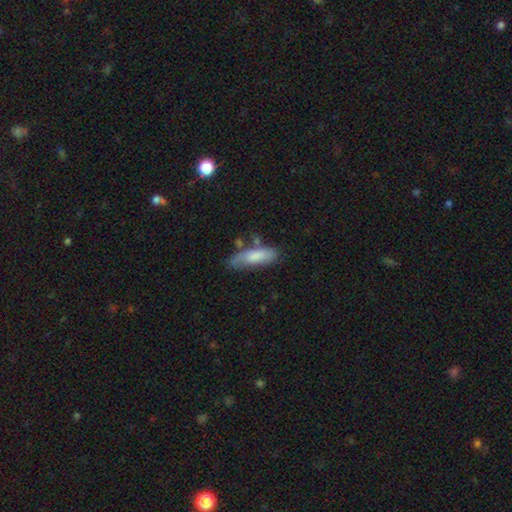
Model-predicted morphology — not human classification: The model was most divided on "how rounded": in between: 51%, cigar-shaped: 47%, round: 2%. More confident: smooth or featured — smooth (74%); merging — none (55%).